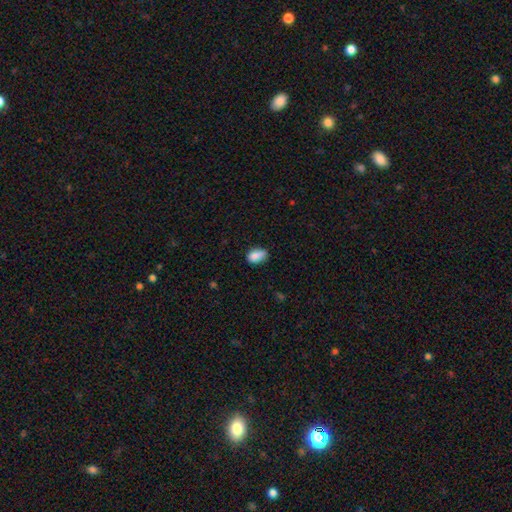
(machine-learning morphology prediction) This is clearly a smooth galaxy (86%). How rounded: clearly in between (85%). Merging: likely none (64%).